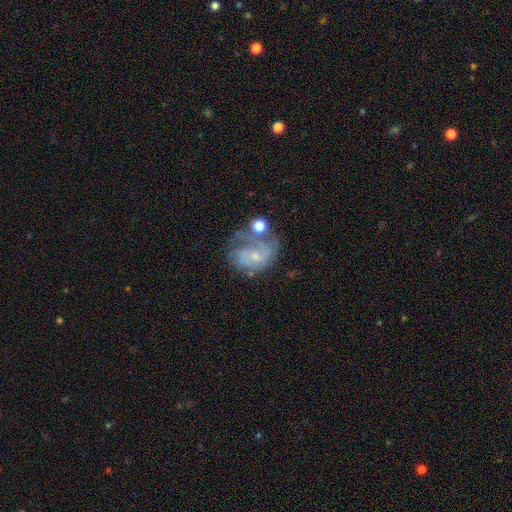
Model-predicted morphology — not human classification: The model was most divided on "spiral winding" (2-way tie): tight: 39%, medium: 39%, loose: 22%. Remaining: edge-on disk — no (97%); spiral arms — yes (82%); bulge size — small (72%); smooth or featured — featured or disk (66%); bar — no (65%); merging — none (42%); spiral arm count — 2 (37%).